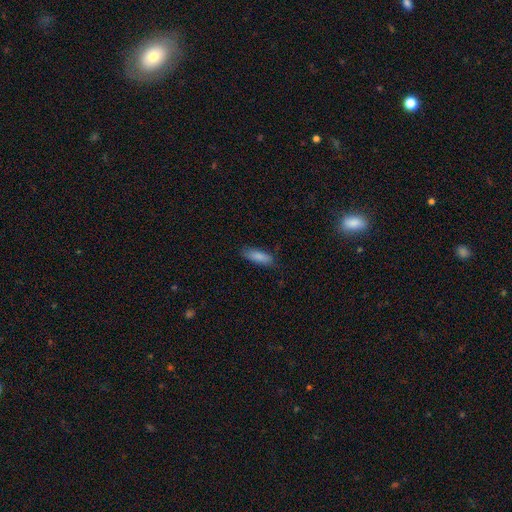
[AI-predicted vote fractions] smooth 83%, featured or disk 9%, star or artifact 8%. Down the decision tree: how rounded — cigar-shaped (52%); merging — none (83%).